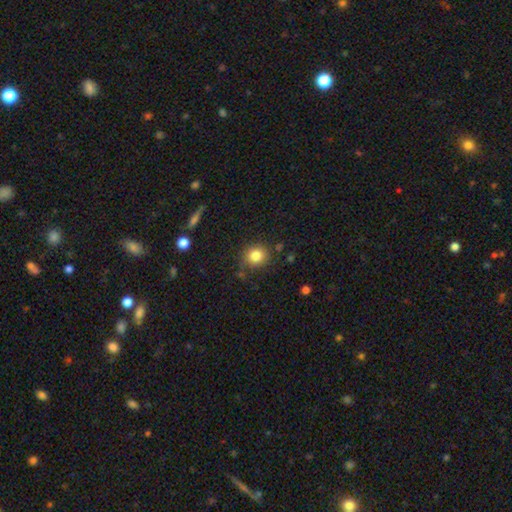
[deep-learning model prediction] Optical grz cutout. It shows a smooth galaxy with no disk features (83%) that is round (85%). Merging: none (81%).